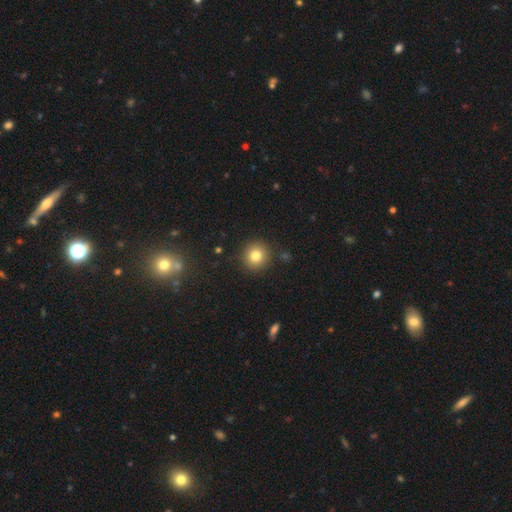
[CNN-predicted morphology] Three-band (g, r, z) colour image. It shows a smooth galaxy with no disk features (81%) that is round (93%). Merging: none (89%).